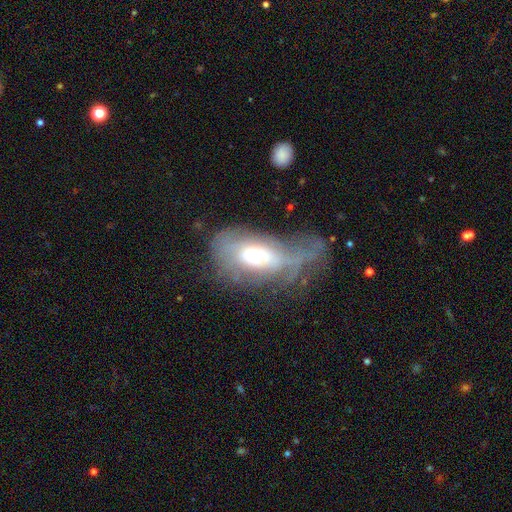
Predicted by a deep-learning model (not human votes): smooth-or-featured: smooth: 46% | featured or disk: 44% | star or artifact: 10%
  merging: major disturbance: 51% | minor disturbance: 21% | none: 21% | merger: 8%